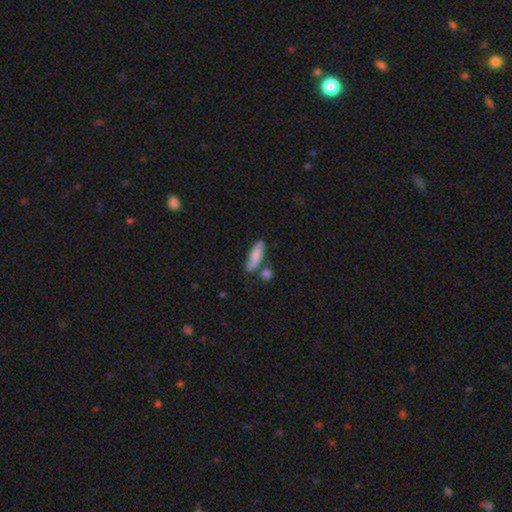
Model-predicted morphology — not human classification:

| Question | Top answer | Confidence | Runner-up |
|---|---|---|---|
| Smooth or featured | smooth | 62% | featured or disk (32%) |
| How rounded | in between | 49% | cigar-shaped (48%) |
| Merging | none | 66% | minor disturbance (17%) |